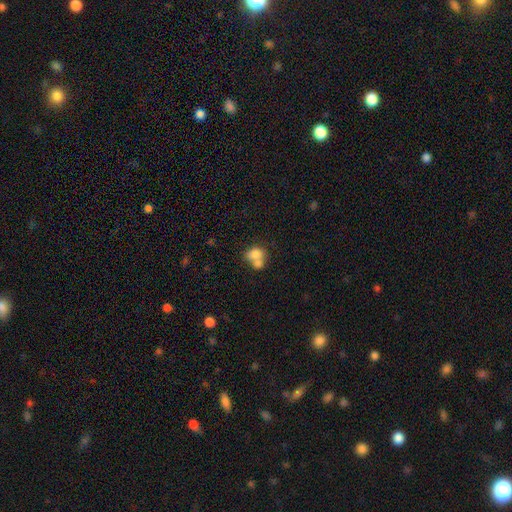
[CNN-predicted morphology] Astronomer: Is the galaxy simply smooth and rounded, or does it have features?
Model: smooth — 76%.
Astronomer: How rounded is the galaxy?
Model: in between — 58% (runner-up: round, 41%).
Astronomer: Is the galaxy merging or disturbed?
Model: merger — 62%.